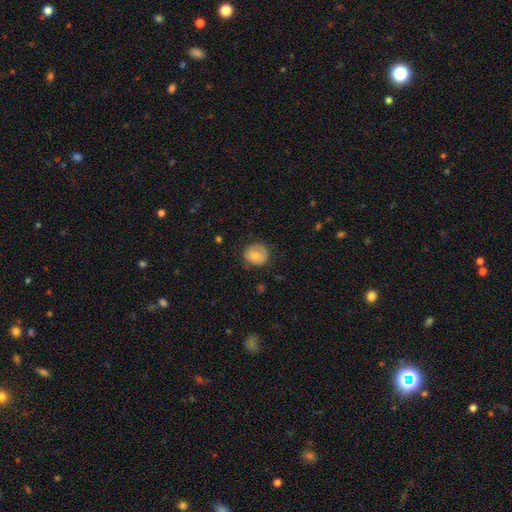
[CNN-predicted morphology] type=smooth (76%); roundness=round (77%); merging=none (70%).